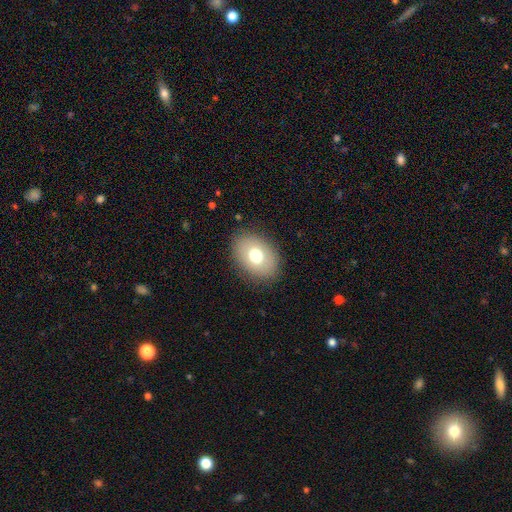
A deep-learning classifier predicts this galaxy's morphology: Smooth or featured: smooth — 71% (featured or disk — 19%)
How rounded: in between — 78% (round — 21%)
Merging: none — 86% (minor disturbance — 10%)